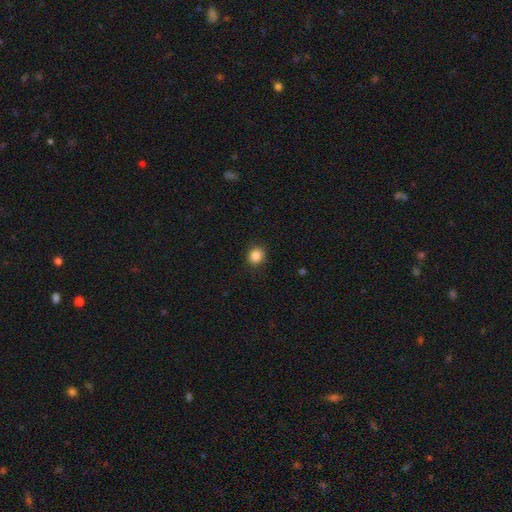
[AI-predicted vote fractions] A smooth galaxy with no disk features (86%) that is round (83%). Merging: none (89%).